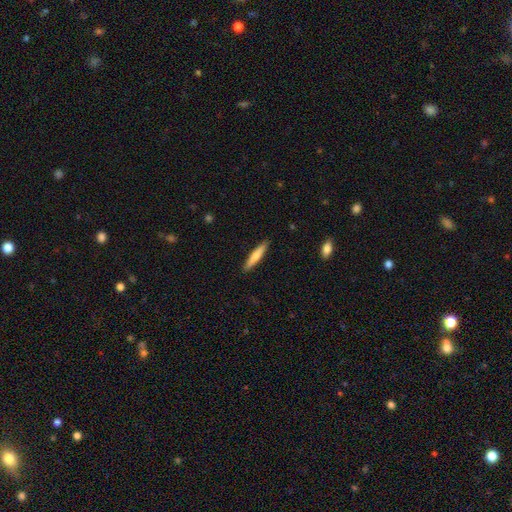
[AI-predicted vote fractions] smooth_or_featured: smooth (p=0.68) [alt: featured or disk p=0.27]
how_rounded: cigar-shaped (p=0.91) [alt: in between p=0.08]
merging: none (p=0.90) [alt: minor disturbance p=0.07]